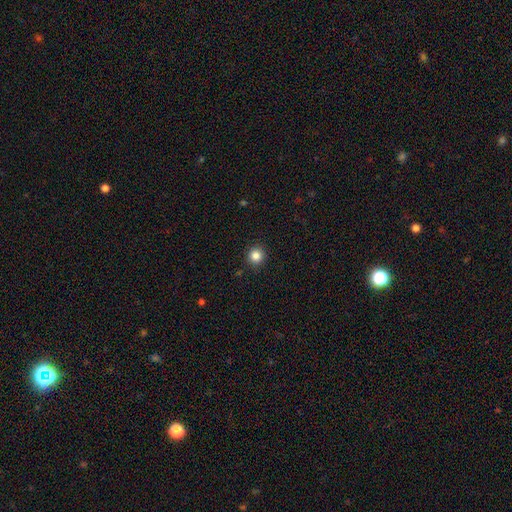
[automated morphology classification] A smooth galaxy with no disk features (84%) that is round (92%).

Vote fractions:
- Smooth or featured? smooth: 84% / star or artifact: 11% / featured or disk: 4%
- How rounded? round: 92% / in between: 7% / cigar-shaped: 1%
- Merging? none: 92% / minor disturbance: 6% / major disturbance: 2% / merger: 1%